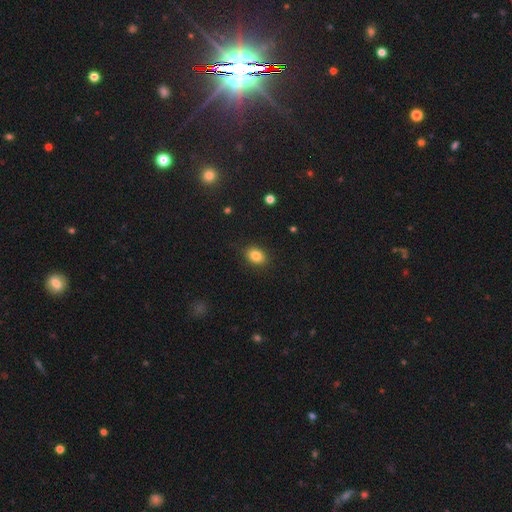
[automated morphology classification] Overall: smooth (84%). How rounded: in between (71%). Merging: none (87%).